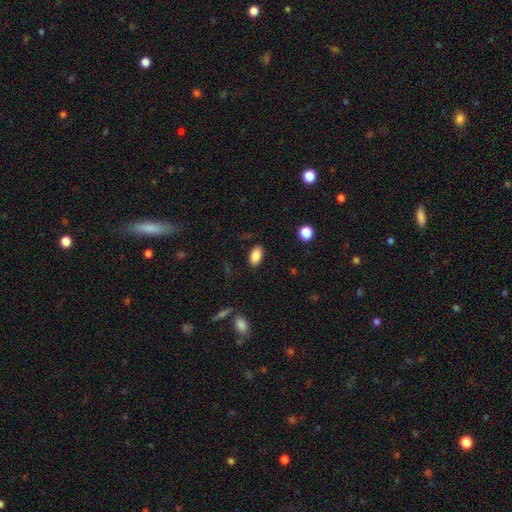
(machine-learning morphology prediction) Smooth or featured? smooth (86%)
How rounded? in between (92%)
Merging? none (85%)